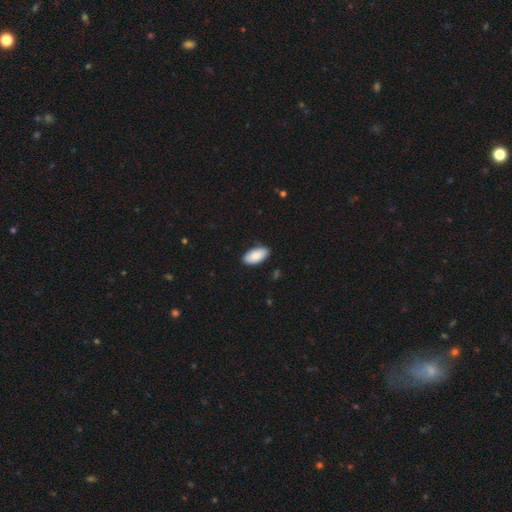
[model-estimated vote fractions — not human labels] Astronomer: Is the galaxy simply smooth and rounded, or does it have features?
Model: smooth — 88%.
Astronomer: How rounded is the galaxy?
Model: in between — 95%.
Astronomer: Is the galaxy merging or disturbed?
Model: none — 87%.